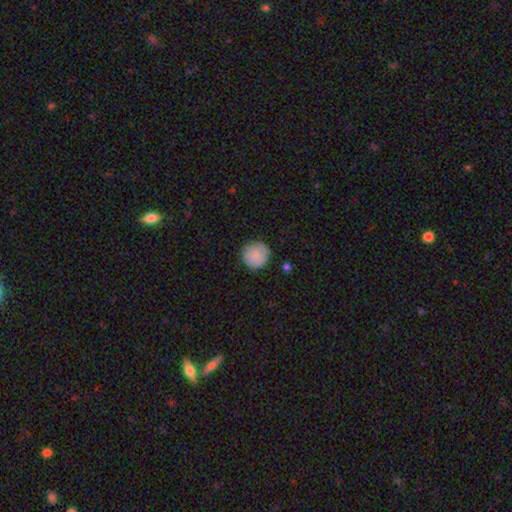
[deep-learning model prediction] smooth-or-featured: smooth: 85% | featured or disk: 8% | star or artifact: 7%
  how-rounded: round: 95% | in between: 4% | cigar-shaped: 1%
  merging: none: 85% | minor disturbance: 11% | major disturbance: 2% | merger: 1%